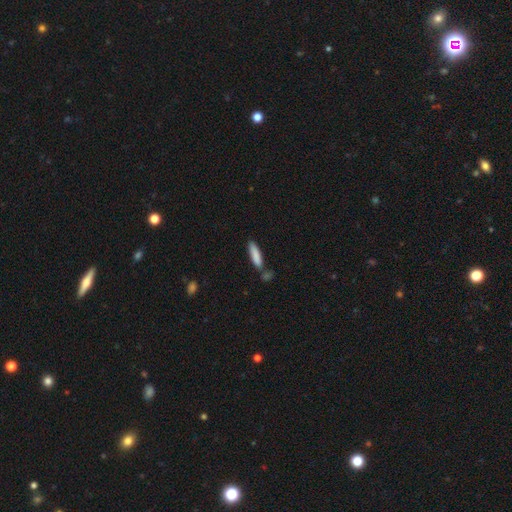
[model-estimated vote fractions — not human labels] smooth 85%, featured or disk 9%, star or artifact 6%. Down the decision tree: how rounded — cigar-shaped (77%); merging — none (67%).